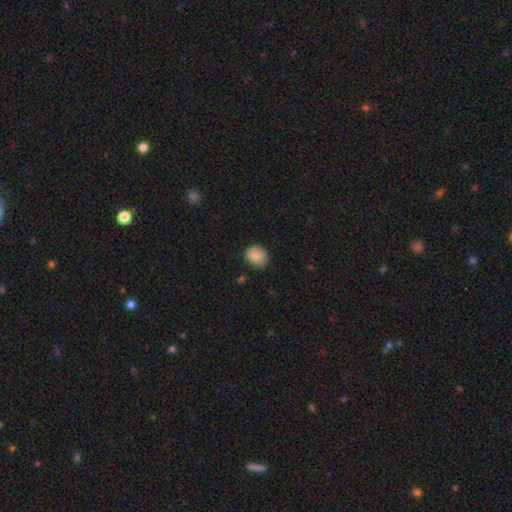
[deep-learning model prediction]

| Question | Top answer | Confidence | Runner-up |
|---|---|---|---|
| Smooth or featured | smooth | 86% | star or artifact (8%) |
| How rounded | round | 68% | in between (31%) |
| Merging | none | 80% | minor disturbance (16%) |